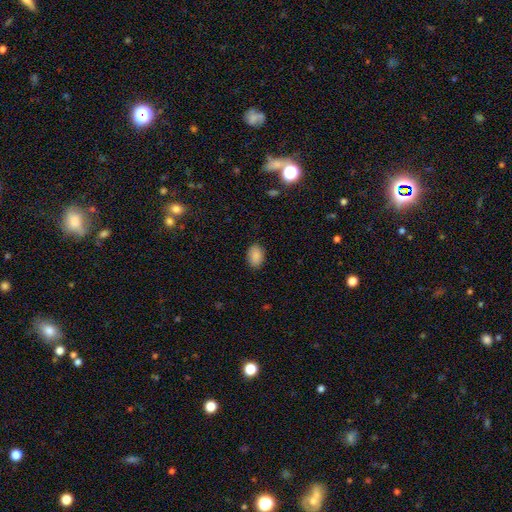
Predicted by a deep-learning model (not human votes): Smooth or featured?
  - smooth: 88% *
  - star or artifact: 8%
  - featured or disk: 5%
How rounded?
  - in between: 84% *
  - round: 15%
  - cigar-shaped: 1%
Merging?
  - none: 86% *
  - minor disturbance: 10%
  - major disturbance: 2%
  - merger: 1%